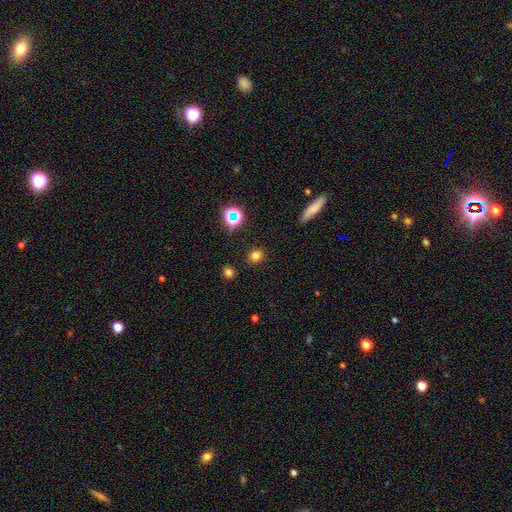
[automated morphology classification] This appears to be a smooth galaxy with no disk features (75%) that is round (72%). Merging: none (88%).